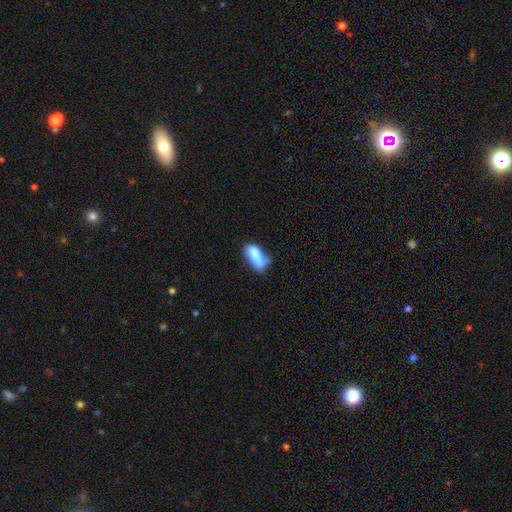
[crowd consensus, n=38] A smooth galaxy with no disk features (71%) that is in between round and cigar-shaped (81%).

Vote fractions:
- Smooth or featured? smooth: 71% / featured or disk: 29% / star or artifact: 0%
- How rounded? in between: 81% / cigar-shaped: 11% / round: 7%
- Merging? merger: 55% / none: 18% / major disturbance: 16% / minor disturbance: 11%